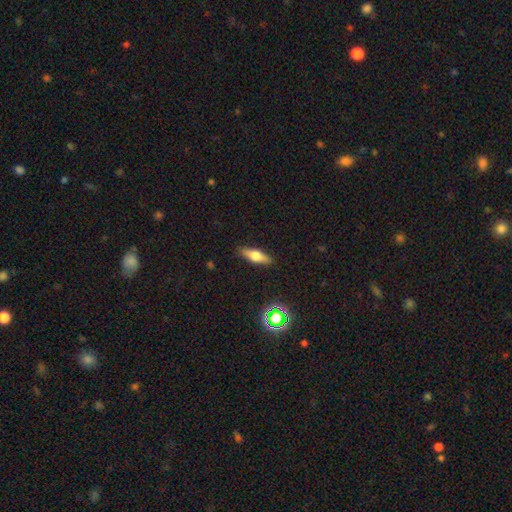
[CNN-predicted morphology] Smooth or featured: smooth — 52% (featured or disk — 39%)
How rounded: in between — 50% (cigar-shaped — 46%)
Merging: none — 88% (minor disturbance — 9%)